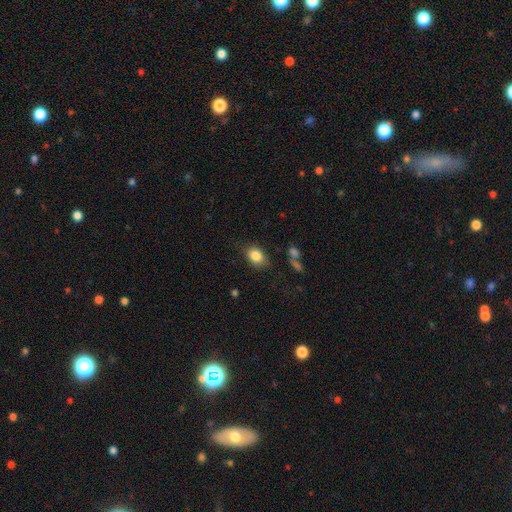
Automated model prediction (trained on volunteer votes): Overall: smooth (85%). How rounded: in between (72%). Merging: none (77%).